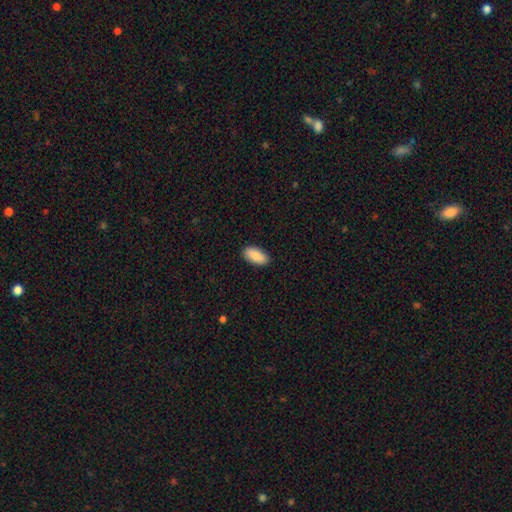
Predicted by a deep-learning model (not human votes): smooth-or-featured: smooth: 89% | star or artifact: 6% | featured or disk: 5%
  how-rounded: in between: 92% | cigar-shaped: 6% | round: 2%
  merging: none: 90% | minor disturbance: 7% | major disturbance: 2% | merger: 1%